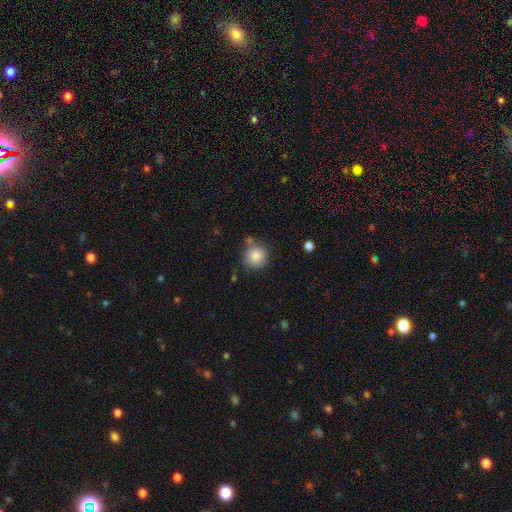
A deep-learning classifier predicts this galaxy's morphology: Smooth or featured?
  - smooth: 86% *
  - star or artifact: 9%
  - featured or disk: 6%
How rounded?
  - round: 92% *
  - in between: 8%
  - cigar-shaped: 1%
Merging?
  - none: 71% *
  - minor disturbance: 16%
  - merger: 9%
  - major disturbance: 4%